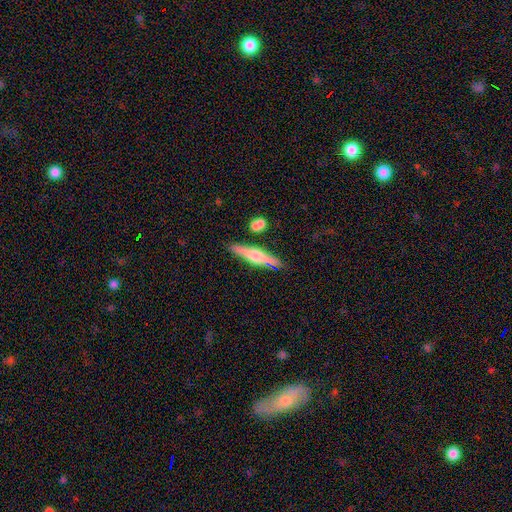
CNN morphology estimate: Smooth or featured?
  - featured or disk: 53% *
  - smooth: 40%
  - star or artifact: 7%
Edge-on disk?
  - yes: 94% *
  - no: 6%
Edge-on bulge?
  - rounded: 85% *
  - boxy: 8%
  - none: 7%
Merging?
  - none: 82% *
  - minor disturbance: 10%
  - merger: 5%
  - major disturbance: 2%